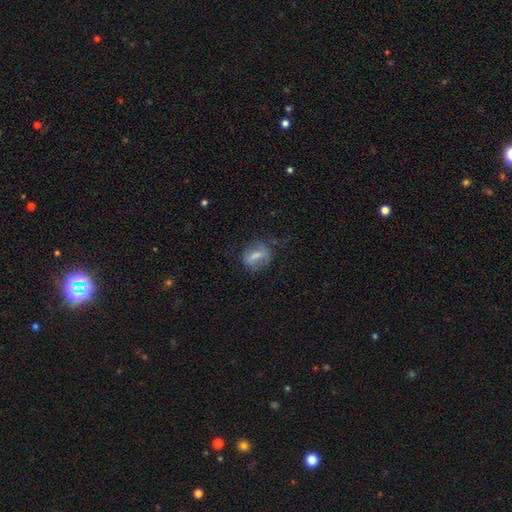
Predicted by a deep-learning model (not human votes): Smooth or featured? Predicted: smooth (p=0.55). How rounded? Predicted: in between (p=0.52). Merging? Predicted: none (p=0.55).